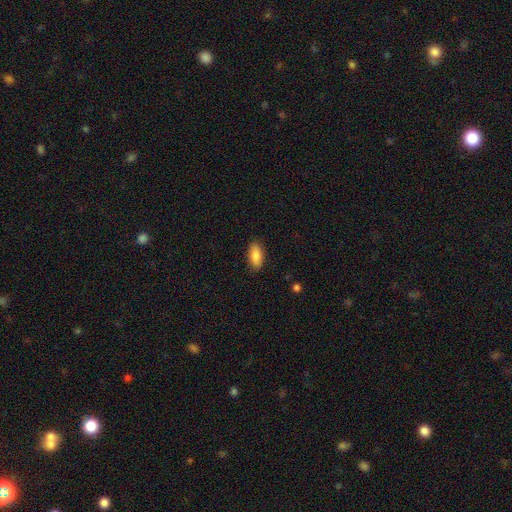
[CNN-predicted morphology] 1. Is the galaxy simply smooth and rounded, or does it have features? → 86% smooth, 7% featured or disk, 7% star or artifact.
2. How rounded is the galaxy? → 88% in between, 10% cigar-shaped, 3% round.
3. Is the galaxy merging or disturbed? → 87% none, 10% minor disturbance, 2% major disturbance, 1% merger.